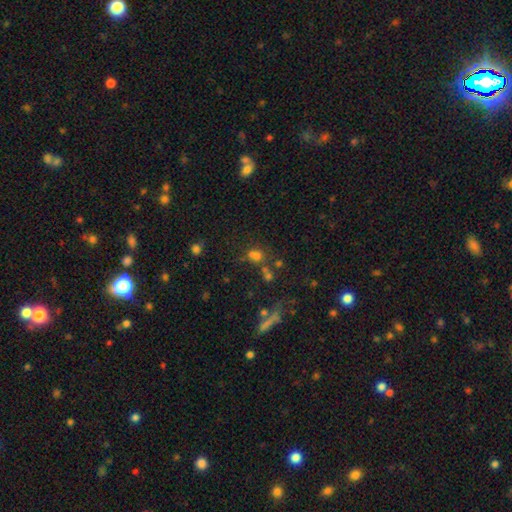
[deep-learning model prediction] smooth-or-featured: smooth: 57% | star or artifact: 30% | featured or disk: 13%
  how-rounded: round: 65% | in between: 32% | cigar-shaped: 3%
  merging: none: 48% | merger: 32% | minor disturbance: 12% | major disturbance: 8%